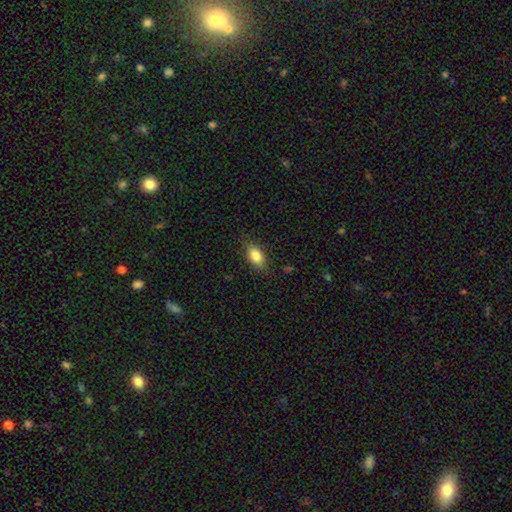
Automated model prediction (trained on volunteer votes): smooth-or-featured: smooth: 84% | featured or disk: 8% | star or artifact: 8%
  how-rounded: in between: 88% | round: 9% | cigar-shaped: 4%
  merging: none: 82% | minor disturbance: 14% | major disturbance: 3% | merger: 1%